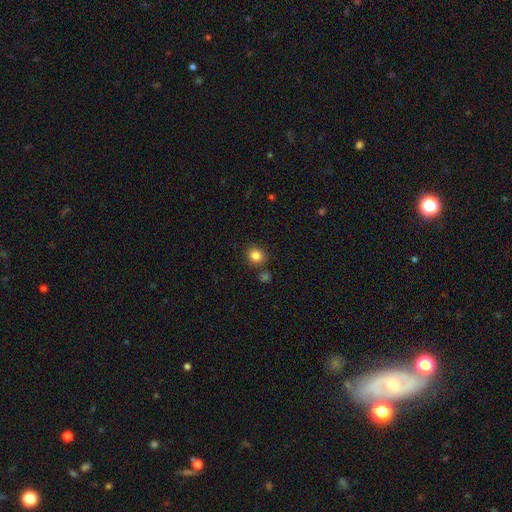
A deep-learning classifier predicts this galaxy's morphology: Smooth or featured? Predicted: smooth (p=0.85). How rounded? Predicted: round (p=0.87). Merging? Predicted: none (p=0.83).